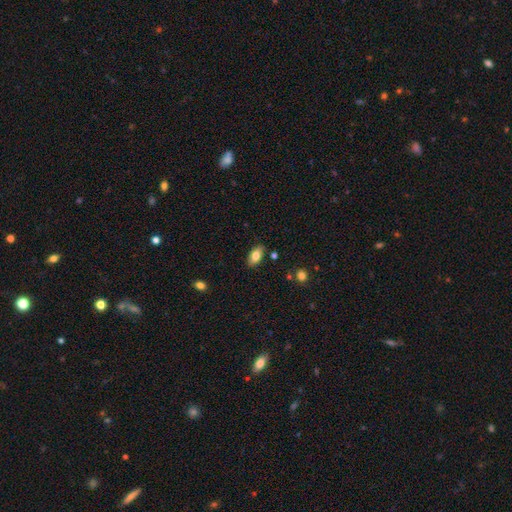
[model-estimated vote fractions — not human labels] A smooth galaxy with no disk features (79%) that is in between round and cigar-shaped (91%).

Vote fractions:
- Smooth or featured? smooth: 79% / featured or disk: 14% / star or artifact: 7%
- How rounded? in between: 91% / cigar-shaped: 5% / round: 4%
- Merging? none: 86% / minor disturbance: 10% / major disturbance: 2% / merger: 2%